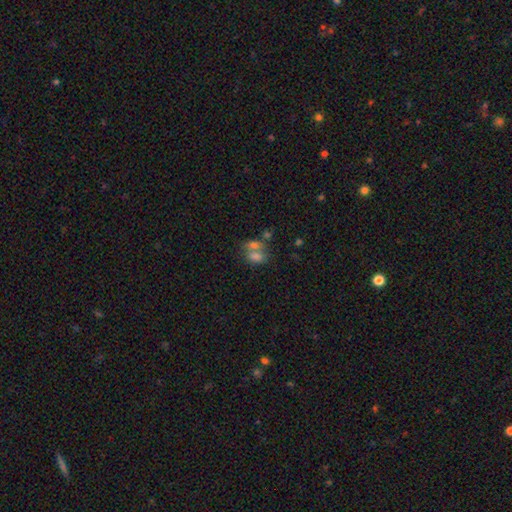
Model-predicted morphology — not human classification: smooth 65%, featured or disk 18%, star or artifact 17%. Down the decision tree: how rounded — in between (70%); merging — merger (57%).